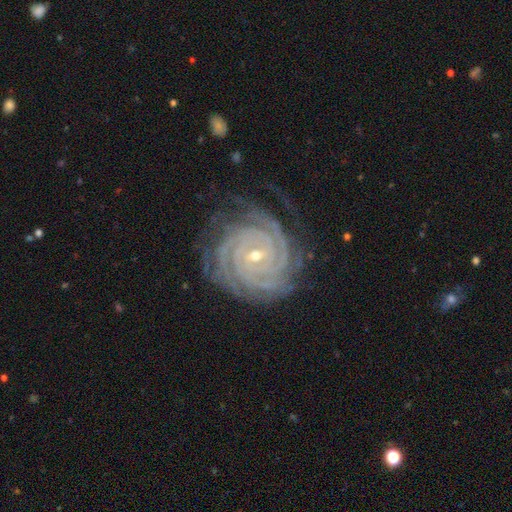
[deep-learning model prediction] This is clearly a featured or disk galaxy (92%). It is clearly not viewed edge-on (98%). Bar: marginally weak (43%). Spiral arm pattern: clearly yes (99%). Spiral arm count: marginally 4 (32%). Spiral winding: clearly tight (89%). Central bulge: likely small (63%). Merging: likely none (76%).